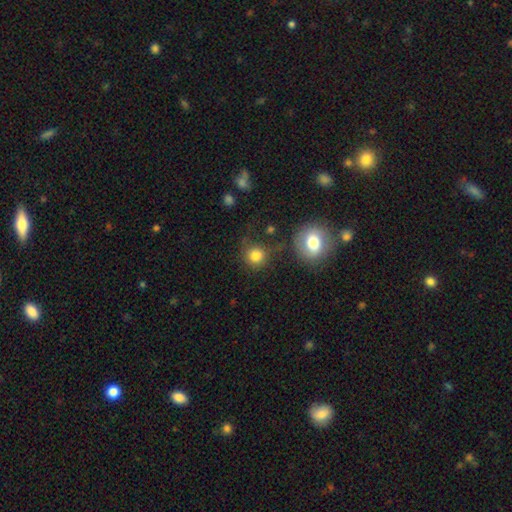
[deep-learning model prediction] Smooth or featured?
  - smooth: 82% *
  - star or artifact: 11%
  - featured or disk: 7%
How rounded?
  - round: 88% *
  - in between: 11%
  - cigar-shaped: 1%
Merging?
  - none: 68% *
  - minor disturbance: 15%
  - merger: 9%
  - major disturbance: 8%